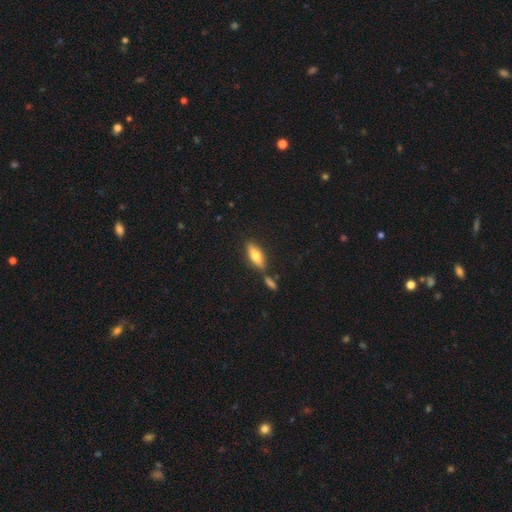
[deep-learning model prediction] smooth_or_featured: smooth (p=0.66) [alt: featured or disk p=0.28]
how_rounded: in between (p=0.62) [alt: cigar-shaped p=0.36]
merging: none (p=0.73) [alt: merger p=0.13]